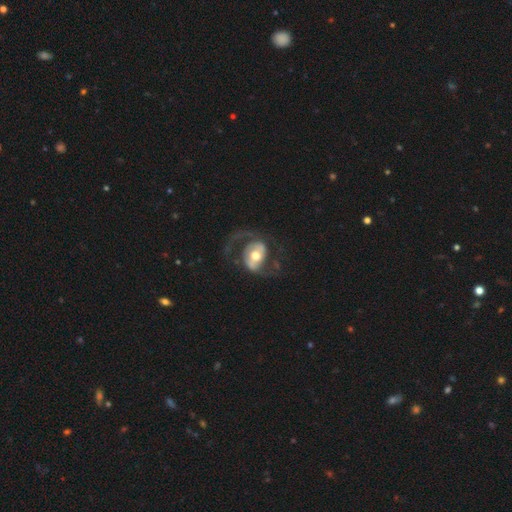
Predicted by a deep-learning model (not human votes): Smooth or featured?
  - featured or disk: 77% *
  - smooth: 18%
  - star or artifact: 5%
Edge-on disk?
  - no: 97% *
  - yes: 3%
Bar?
  - no: 46% *
  - weak: 31%
  - strong: 22%
Spiral arms?
  - yes: 84% *
  - no: 16%
Spiral winding?
  - loose: 46% *
  - medium: 42%
  - tight: 12%
Spiral arm count?
  - 2: 86% *
  - 1: 7%
  - can't tell: 4%
  - 3: 1%
  - 4: 1%
  - more than 4: 1%
Bulge size?
  - moderate: 70% *
  - large: 18%
  - small: 9%
  - dominant: 2%
  - none: 1%
Merging?
  - none: 56% *
  - major disturbance: 27%
  - minor disturbance: 15%
  - merger: 2%